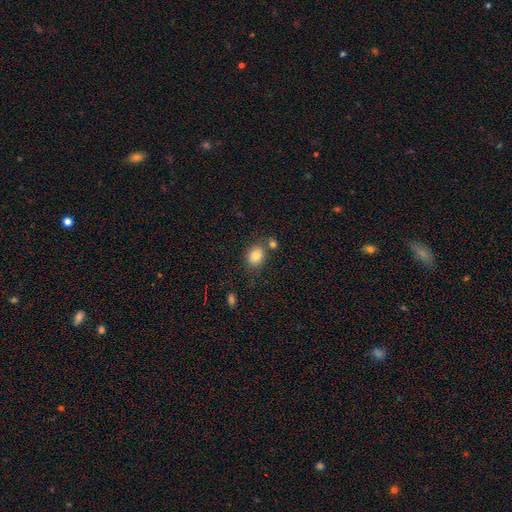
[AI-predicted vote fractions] This is clearly a smooth galaxy (82%). How rounded: possibly round (50%). Merging: likely none (70%).